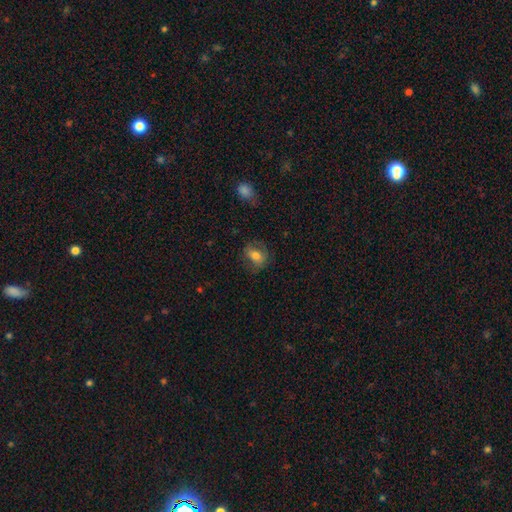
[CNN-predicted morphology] Smooth or featured?
  - smooth: 66% *
  - featured or disk: 25%
  - star or artifact: 9%
How rounded?
  - in between: 51% *
  - round: 47%
  - cigar-shaped: 2%
Merging?
  - none: 71% *
  - minor disturbance: 19%
  - major disturbance: 9%
  - merger: 1%